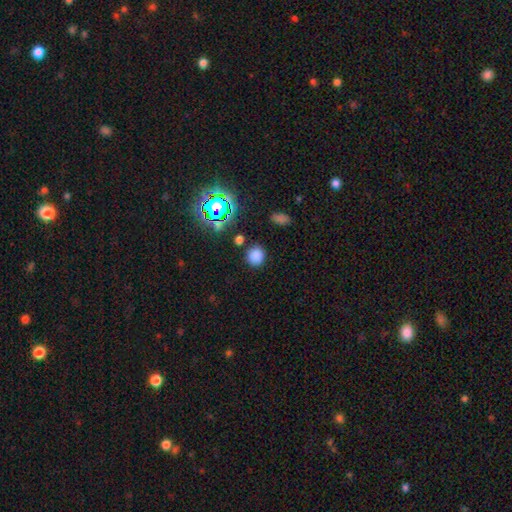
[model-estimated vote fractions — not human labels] The model was most divided on "smooth or featured": smooth: 76%, star or artifact: 19%, featured or disk: 5%. More confident: how rounded — round (87%); merging — none (85%).